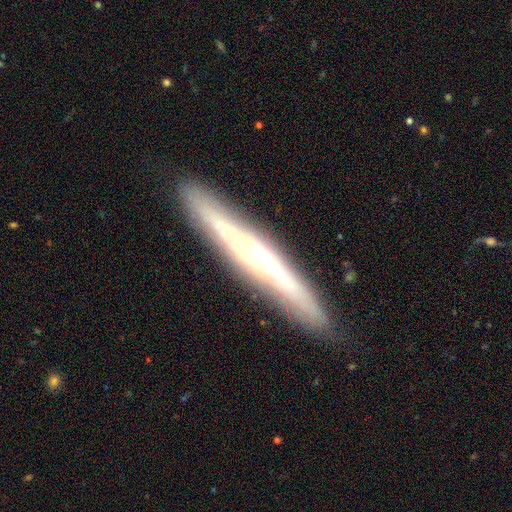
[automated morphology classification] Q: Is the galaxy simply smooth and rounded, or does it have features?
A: featured or disk — 68%.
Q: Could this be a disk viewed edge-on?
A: yes — 89%.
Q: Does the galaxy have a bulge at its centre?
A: rounded — 66%.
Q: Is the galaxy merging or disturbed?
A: none — 88%.